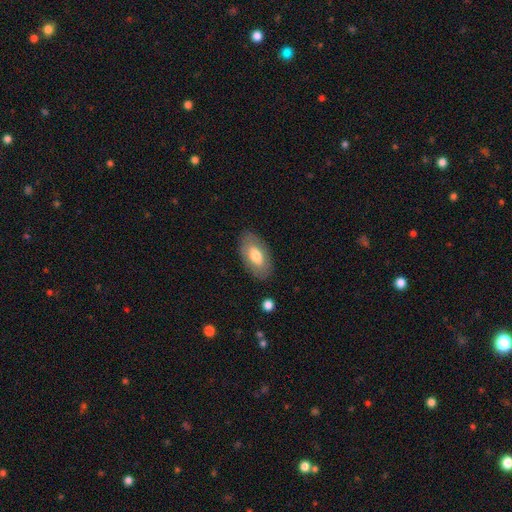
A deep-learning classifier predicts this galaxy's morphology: The model was most divided on "smooth or featured": smooth: 67%, featured or disk: 27%, star or artifact: 6%. More confident: how rounded — in between (93%); merging — none (83%).